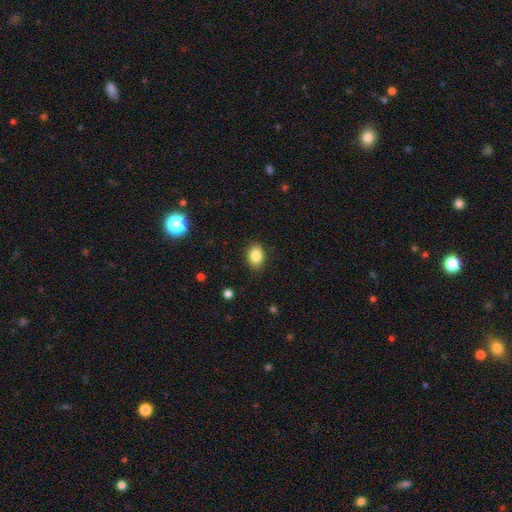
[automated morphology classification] smooth 85%, star or artifact 9%, featured or disk 6%. Down the decision tree: how rounded — in between (70%); merging — none (87%).